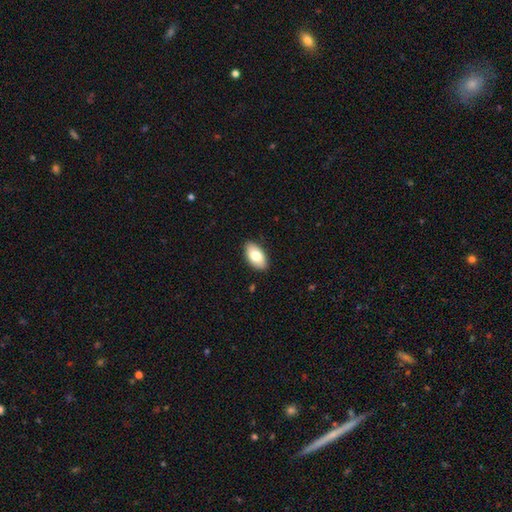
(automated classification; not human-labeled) A smooth galaxy with no disk features (79%) that is in between round and cigar-shaped (94%).

Vote fractions:
- Smooth or featured? smooth: 79% / featured or disk: 15% / star or artifact: 6%
- How rounded? in between: 94% / round: 3% / cigar-shaped: 3%
- Merging? none: 88% / minor disturbance: 9% / major disturbance: 2% / merger: 1%